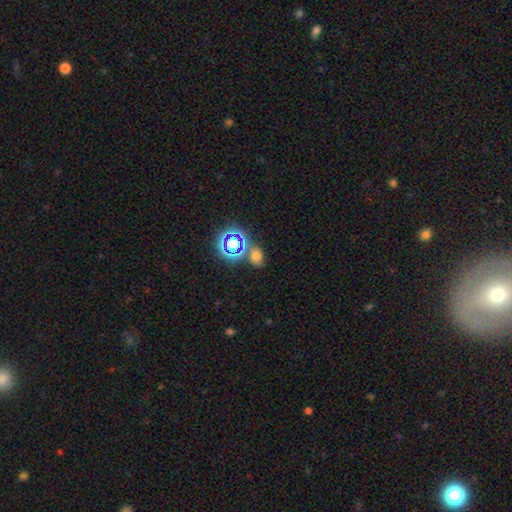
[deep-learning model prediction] A smooth galaxy with no disk features (61%) that is in between round and cigar-shaped (59%). Merging: none (70%).